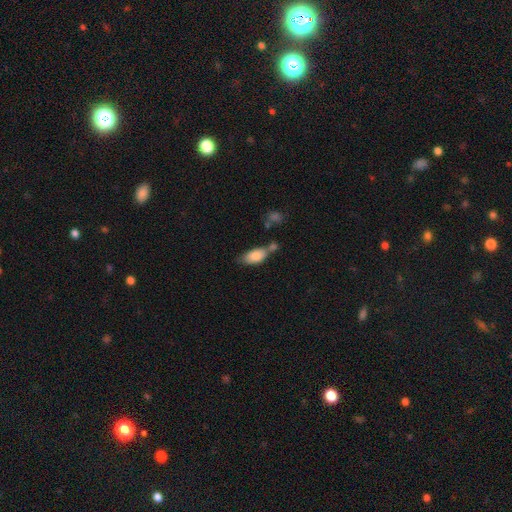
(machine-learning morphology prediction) The model was most divided on "merging": none: 48%, merger: 25%, minor disturbance: 20%, major disturbance: 6%. More confident: how rounded — in between (90%); smooth or featured — smooth (81%).